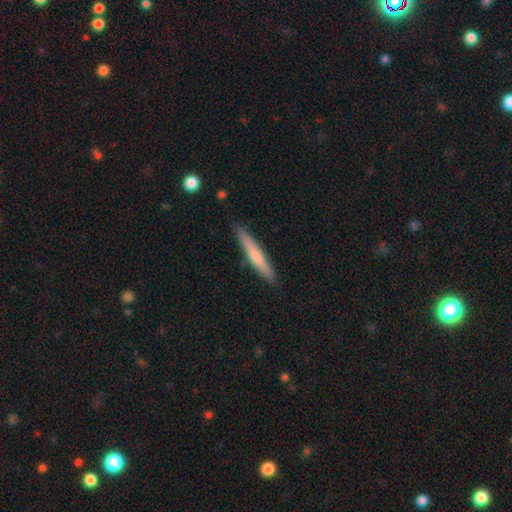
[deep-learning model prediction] Q: Smooth or featured?
A: smooth (64%); runner-up: featured or disk (31%)
Q: How rounded?
A: cigar-shaped (94%); runner-up: in between (5%)
Q: Merging?
A: none (88%); runner-up: minor disturbance (9%)